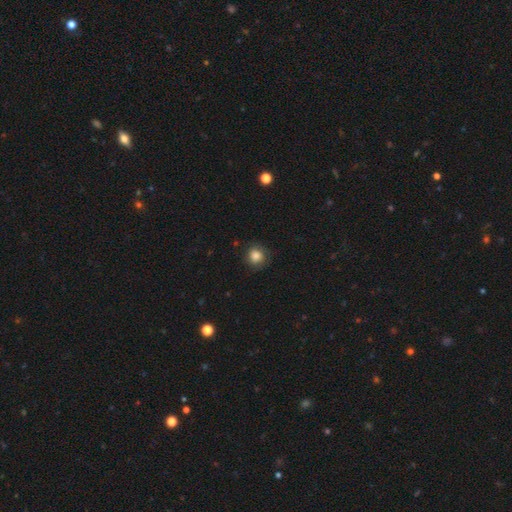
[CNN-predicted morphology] Smooth or featured: smooth — 83% (star or artifact — 10%)
How rounded: round — 87% (in between — 12%)
Merging: none — 79% (minor disturbance — 15%)